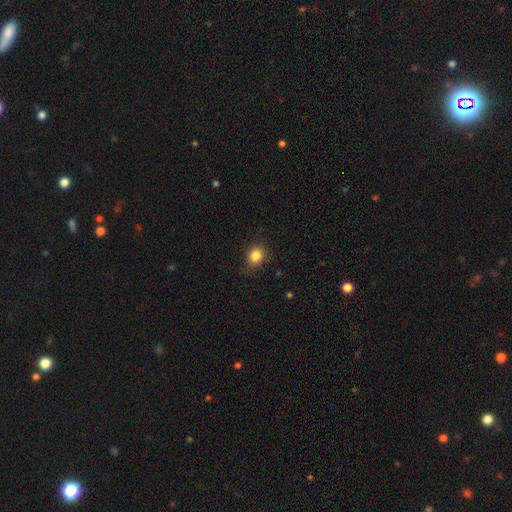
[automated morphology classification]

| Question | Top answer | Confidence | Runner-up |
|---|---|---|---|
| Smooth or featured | smooth | 84% | star or artifact (11%) |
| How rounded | round | 68% | in between (31%) |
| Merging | none | 83% | minor disturbance (13%) |